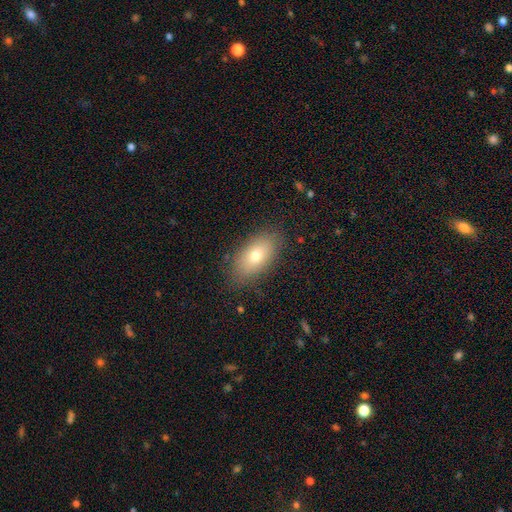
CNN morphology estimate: Q: Smooth or featured?
A: smooth (74%); runner-up: featured or disk (17%)
Q: How rounded?
A: in between (90%); runner-up: round (6%)
Q: Merging?
A: none (85%); runner-up: minor disturbance (11%)